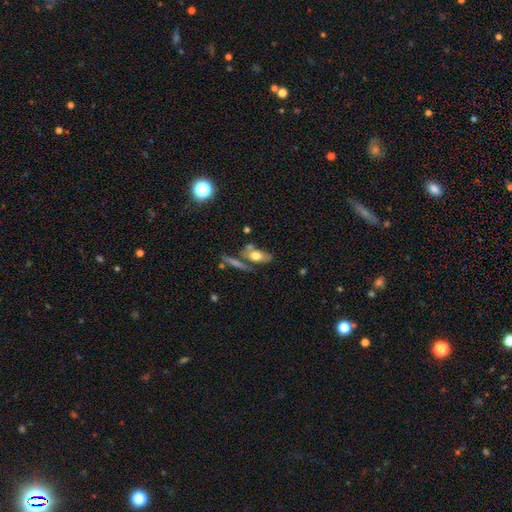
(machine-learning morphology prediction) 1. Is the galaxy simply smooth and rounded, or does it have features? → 62% smooth, 30% featured or disk, 8% star or artifact.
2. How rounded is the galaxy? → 78% in between, 15% cigar-shaped, 7% round.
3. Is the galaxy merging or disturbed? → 48% none, 25% merger, 17% minor disturbance, 9% major disturbance.